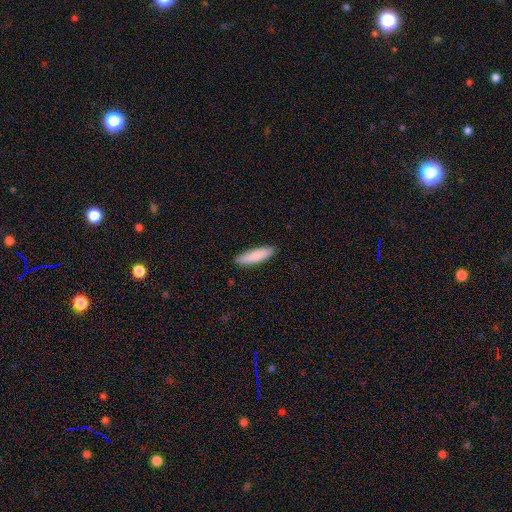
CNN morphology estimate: smooth_or_featured: smooth (p=0.87) [alt: featured or disk p=0.08]
how_rounded: cigar-shaped (p=0.64) [alt: in between p=0.35]
merging: none (p=0.89) [alt: minor disturbance p=0.09]